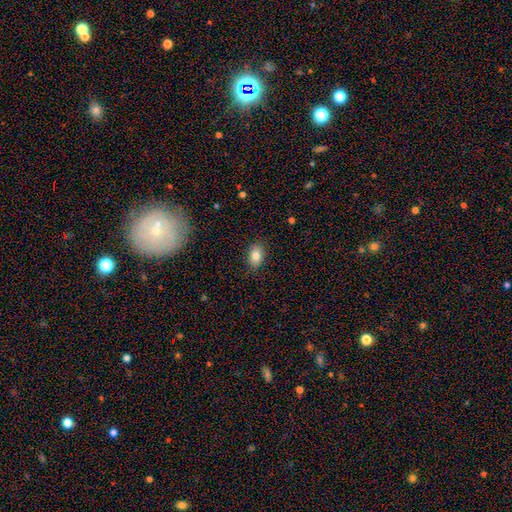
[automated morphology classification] Overall: smooth (83%). How rounded: in between (82%). Merging: none (87%).